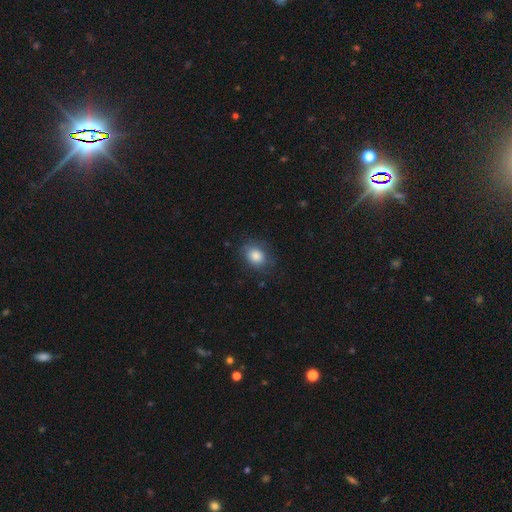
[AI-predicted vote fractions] smooth_or_featured: smooth (p=0.83) [alt: star or artifact p=0.09]
how_rounded: in between (p=0.58) [alt: round p=0.40]
merging: none (p=0.76) [alt: minor disturbance p=0.18]